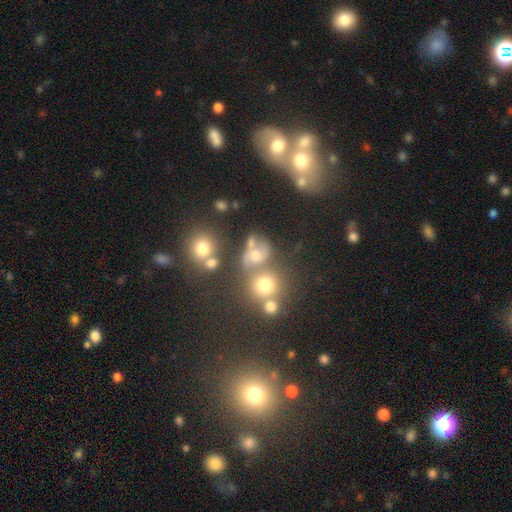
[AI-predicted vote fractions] This is marginally a smooth galaxy (45%). Merging: possibly none (54%).